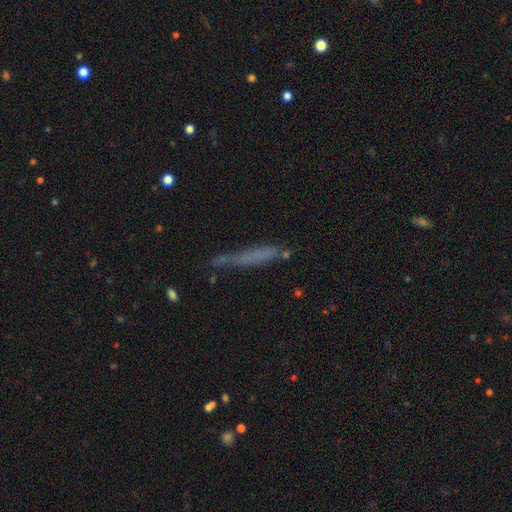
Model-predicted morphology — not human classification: A smooth galaxy with no disk features (58%) that is cigar-shaped (92%). Merging: none (62%).